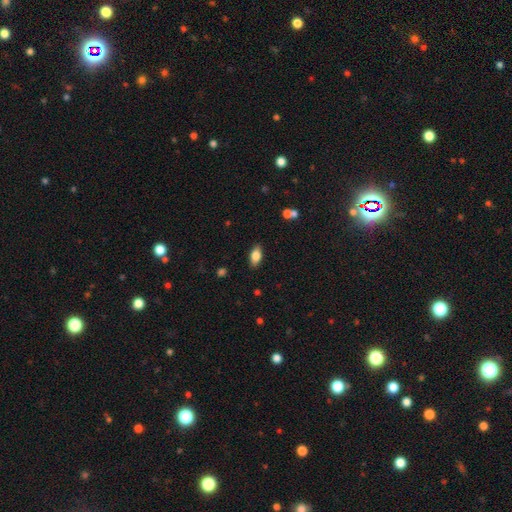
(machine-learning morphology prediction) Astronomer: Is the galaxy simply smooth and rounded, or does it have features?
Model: smooth — 79%.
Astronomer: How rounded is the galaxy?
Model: in between — 89%.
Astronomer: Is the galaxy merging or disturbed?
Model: none — 87%.